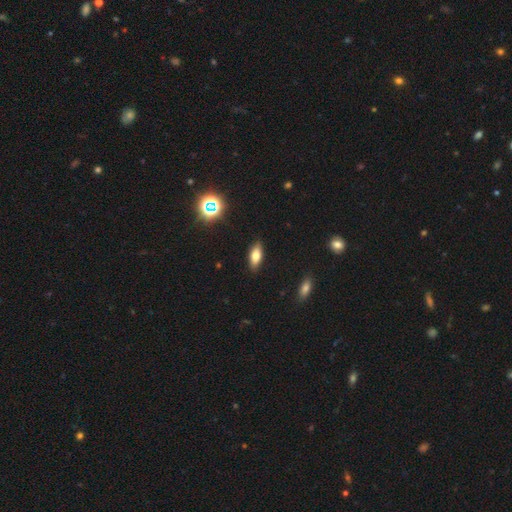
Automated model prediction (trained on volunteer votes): A smooth galaxy with no disk features (72%) that is in between round and cigar-shaped (78%). Merging: none (89%).